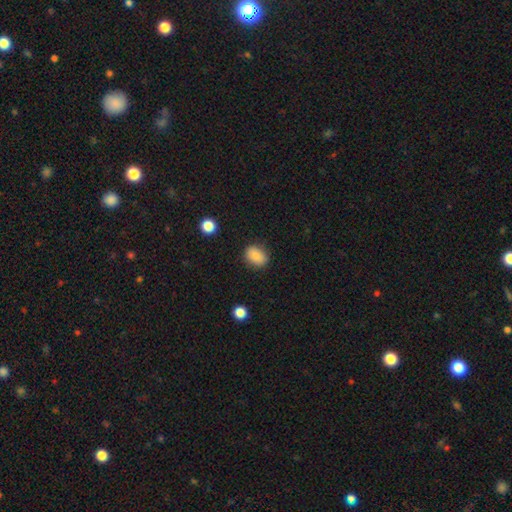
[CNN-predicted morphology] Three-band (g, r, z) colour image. It shows a smooth galaxy with no disk features (83%) that is in between round and cigar-shaped (60%). Merging: none (84%).